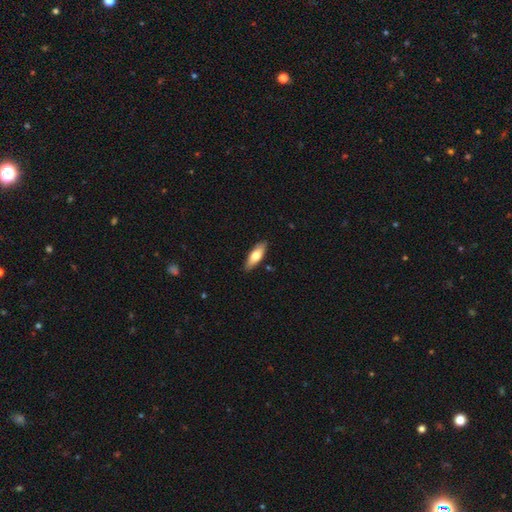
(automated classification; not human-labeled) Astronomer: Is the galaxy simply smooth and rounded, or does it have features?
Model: smooth — 68%.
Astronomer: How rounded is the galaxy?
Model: in between — 60% (runner-up: cigar-shaped, 38%).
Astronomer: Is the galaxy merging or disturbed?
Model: none — 87%.